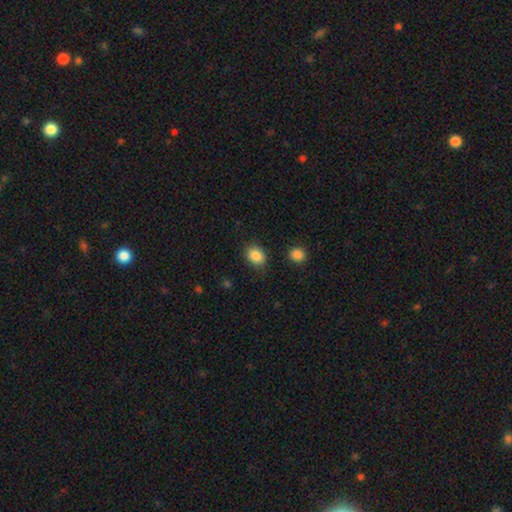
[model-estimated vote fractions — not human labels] Smooth or featured: smooth — 87% (star or artifact — 9%)
How rounded: in between — 63% (round — 36%)
Merging: none — 81% (minor disturbance — 13%)